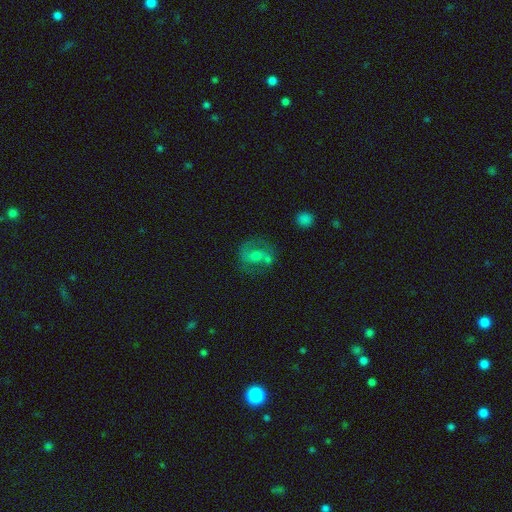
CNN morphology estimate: smooth-or-featured: featured or disk: 53% | smooth: 35% | star or artifact: 11%
  disk-edge-on: no: 96% | yes: 4%
    bar: no: 52% | weak: 35% | strong: 13%
    has-spiral-arms: yes: 66% | no: 34%
    bulge-size: moderate: 59% | small: 31% | large: 5% | none: 4% | dominant: 1%
  merging: none: 51% | merger: 21% | minor disturbance: 17% | major disturbance: 10%